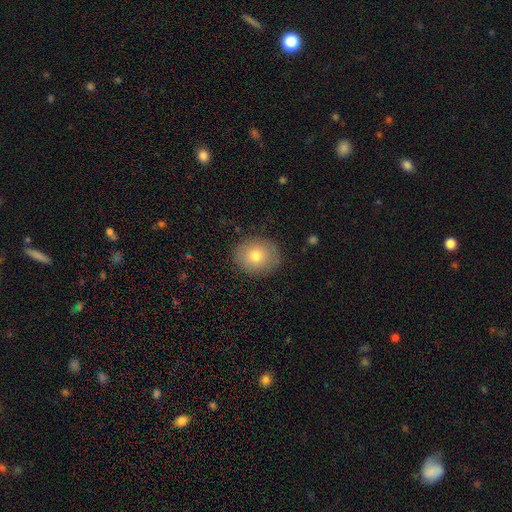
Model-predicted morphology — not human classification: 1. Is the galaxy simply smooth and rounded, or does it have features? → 76% smooth, 15% featured or disk, 9% star or artifact.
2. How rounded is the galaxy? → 63% round, 36% in between, 1% cigar-shaped.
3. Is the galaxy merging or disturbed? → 86% none, 10% minor disturbance, 3% major disturbance, 1% merger.